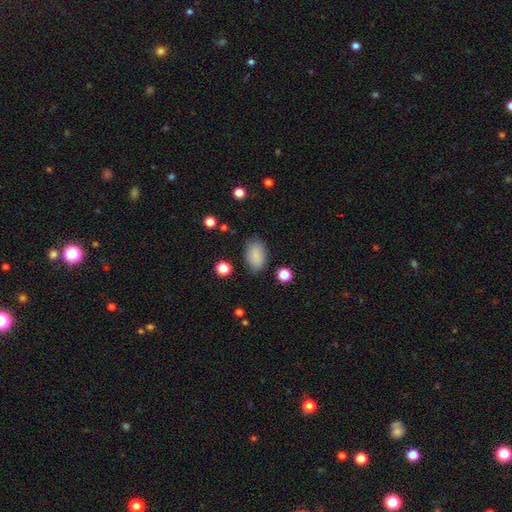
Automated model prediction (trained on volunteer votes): The model was most divided on "merging": none: 80%, minor disturbance: 14%, major disturbance: 4%, merger: 2%. More confident: how rounded — in between (90%); smooth or featured — smooth (86%).